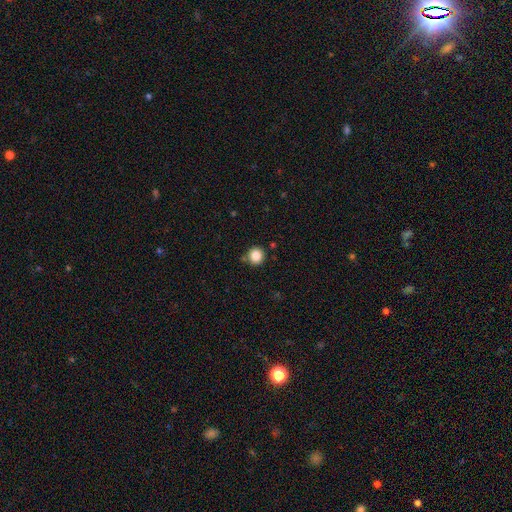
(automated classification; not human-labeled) Q: Smooth or featured?
A: smooth (85%); runner-up: star or artifact (10%)
Q: How rounded?
A: round (94%); runner-up: in between (5%)
Q: Merging?
A: none (84%); runner-up: minor disturbance (8%)